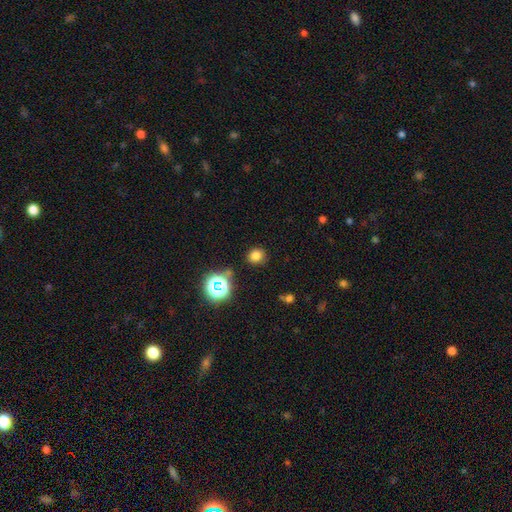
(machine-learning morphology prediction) Smooth or featured? Predicted: smooth (p=0.76). How rounded? Predicted: round (p=0.81). Merging? Predicted: none (p=0.84).